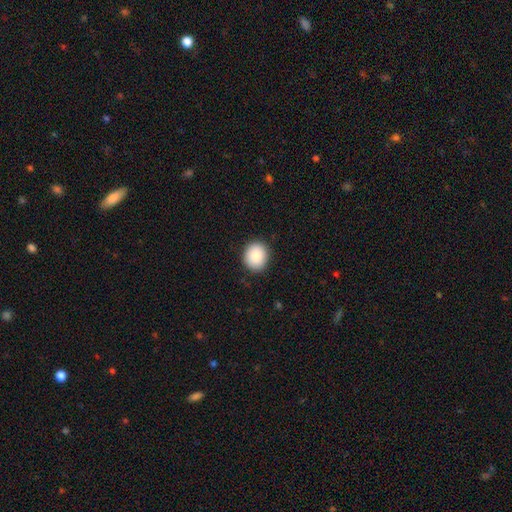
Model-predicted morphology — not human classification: Overall: smooth (88%). How rounded: round (76%). Merging: none (90%).